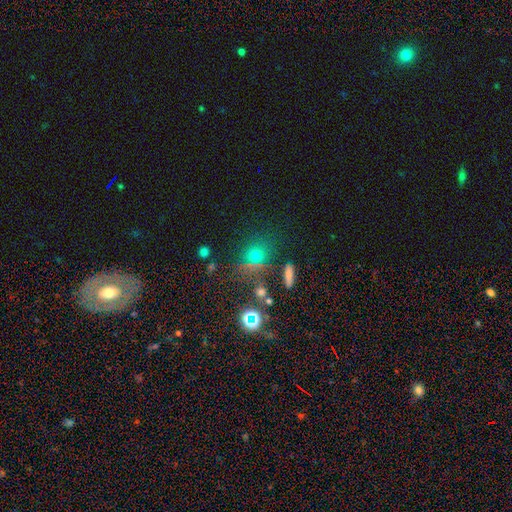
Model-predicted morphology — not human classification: smooth_or_featured: smooth (p=0.59) [alt: star or artifact p=0.31]
how_rounded: round (p=0.70) [alt: in between p=0.26]
merging: none (p=0.71) [alt: minor disturbance p=0.13]